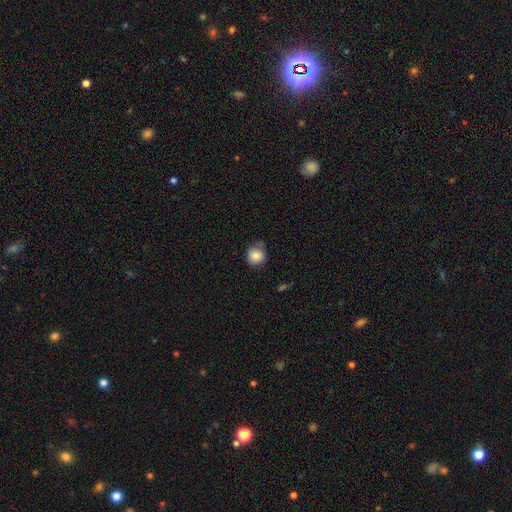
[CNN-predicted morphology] This is clearly a smooth galaxy (85%). How rounded: clearly round (86%). Merging: likely none (66%).